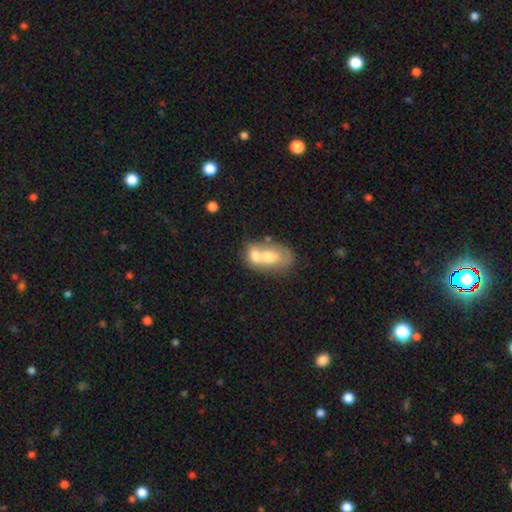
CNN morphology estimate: Smooth or featured: smooth — 62% (featured or disk — 30%)
How rounded: in between — 80% (round — 18%)
Merging: merger — 70% (none — 16%)